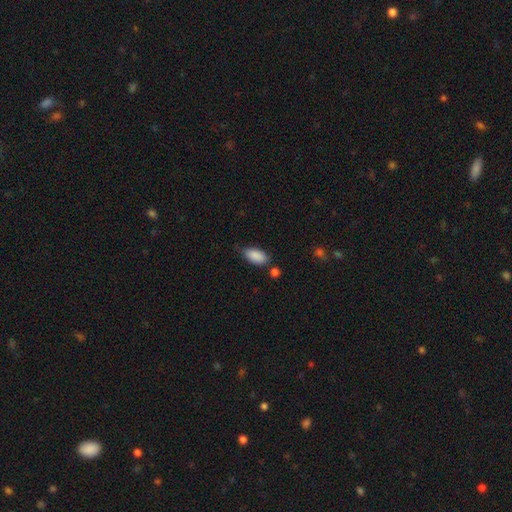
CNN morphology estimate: The model was most divided on "merging": none: 67%, minor disturbance: 22%, merger: 6%, major disturbance: 5%. More confident: how rounded — in between (92%); smooth or featured — smooth (89%).